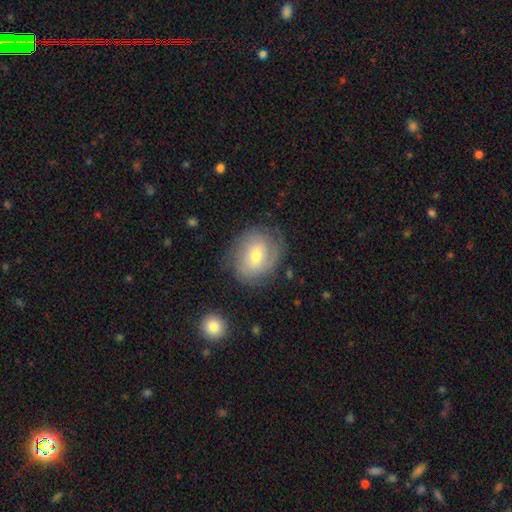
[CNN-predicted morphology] Smooth or featured: smooth — 48% (featured or disk — 43%)
Merging: none — 72% (minor disturbance — 19%)